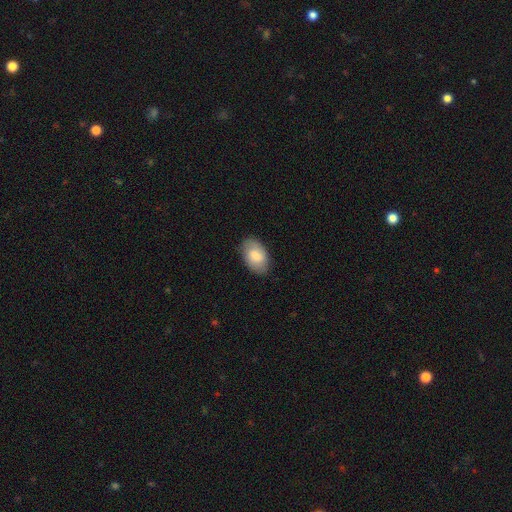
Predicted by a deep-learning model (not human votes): smooth 73%, featured or disk 20%, star or artifact 6%. Down the decision tree: how rounded — in between (93%); merging — none (84%).